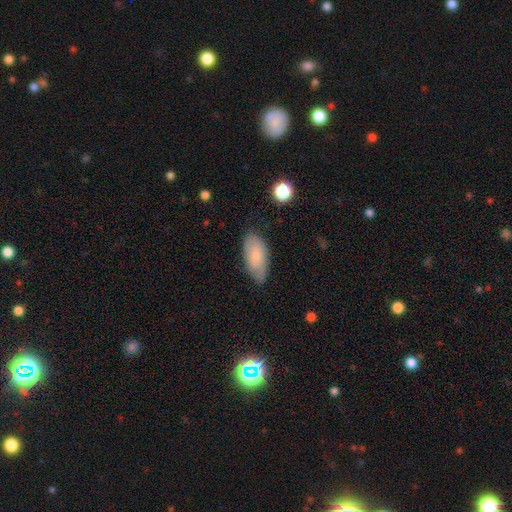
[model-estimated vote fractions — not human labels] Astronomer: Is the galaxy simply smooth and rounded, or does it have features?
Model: smooth — 74%.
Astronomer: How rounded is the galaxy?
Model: in between — 91%.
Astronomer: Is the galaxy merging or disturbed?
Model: none — 74%.